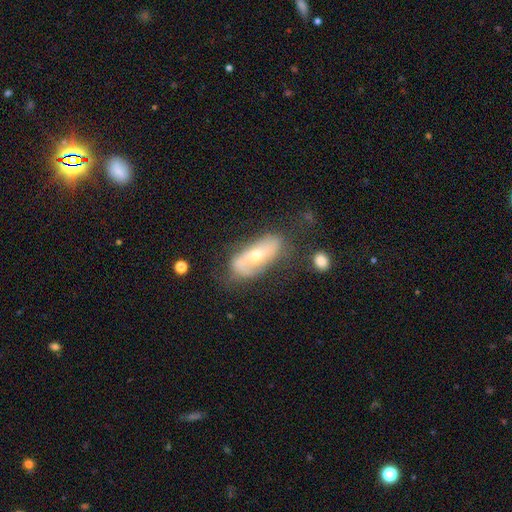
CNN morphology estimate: Overall: featured or disk (61%; smooth 32%). Edge-on disk: no (86%). Bar: no (56%; weak 29%). Spiral arms: yes (71%). Bulge size: moderate (67%). Merging: none (59%; minor disturbance 25%).